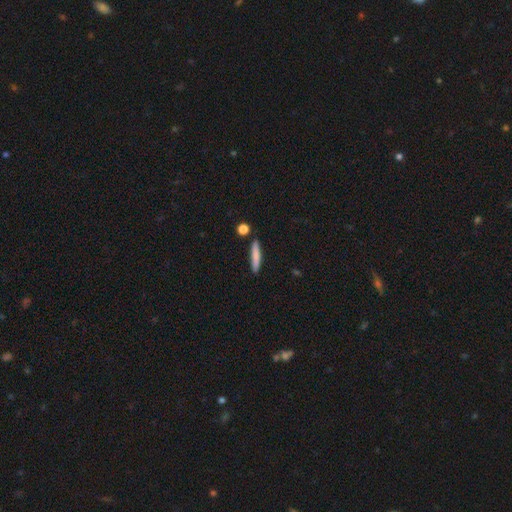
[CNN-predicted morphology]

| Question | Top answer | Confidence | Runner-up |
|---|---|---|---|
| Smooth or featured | smooth | 77% | featured or disk (16%) |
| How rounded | cigar-shaped | 90% | in between (8%) |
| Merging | none | 87% | minor disturbance (8%) |